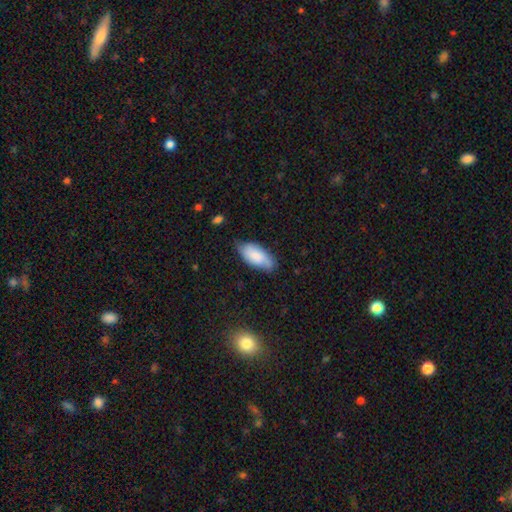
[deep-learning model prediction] Smooth or featured? Predicted: smooth (p=0.75). How rounded? Predicted: in between (p=0.89). Merging? Predicted: none (p=0.69).